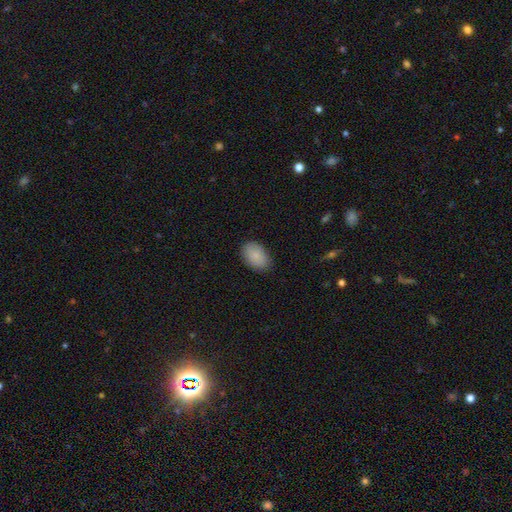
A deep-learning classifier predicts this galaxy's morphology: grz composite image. It shows a smooth galaxy with no disk features (88%) that is in between round and cigar-shaped (89%). Merging: none (85%).